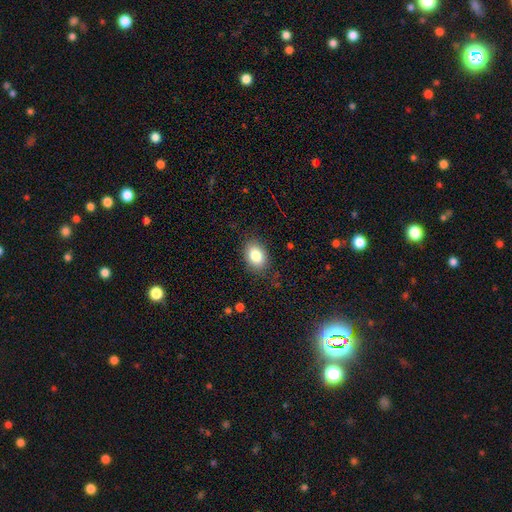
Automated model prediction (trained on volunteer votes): smooth-or-featured: smooth: 83% | star or artifact: 9% | featured or disk: 8%
  how-rounded: in between: 75% | round: 24% | cigar-shaped: 1%
  merging: none: 84% | minor disturbance: 12% | major disturbance: 3% | merger: 1%